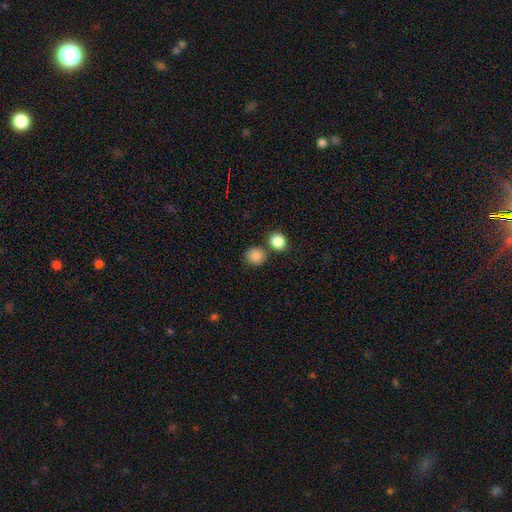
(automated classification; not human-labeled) Morphology: type=smooth (86%); roundness=round (86%); merging=none (70%).